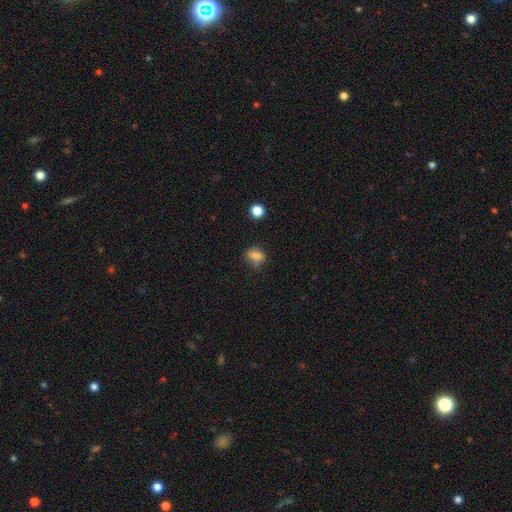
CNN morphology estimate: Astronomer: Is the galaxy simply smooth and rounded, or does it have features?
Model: smooth — 78%.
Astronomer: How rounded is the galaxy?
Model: in between — 58% (runner-up: round, 39%).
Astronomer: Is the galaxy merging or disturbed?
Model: none — 69%.